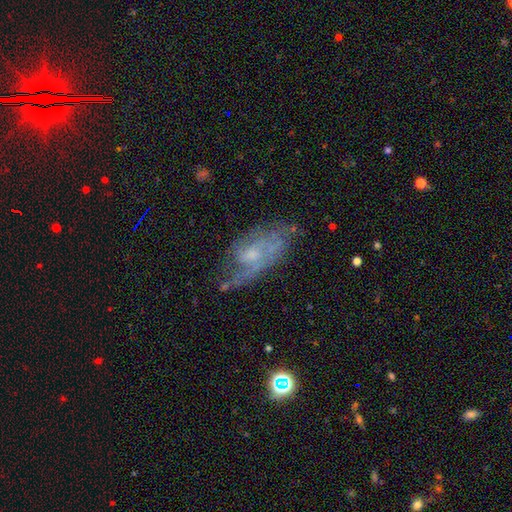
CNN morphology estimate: Smooth or featured? Predicted: featured or disk (p=0.66). Edge-on disk? Predicted: no (p=0.91). Bar? Predicted: no (p=0.64). Spiral arms? Predicted: yes (p=0.84). Bulge size? Predicted: small (p=0.57). Merging? Predicted: none (p=0.62).